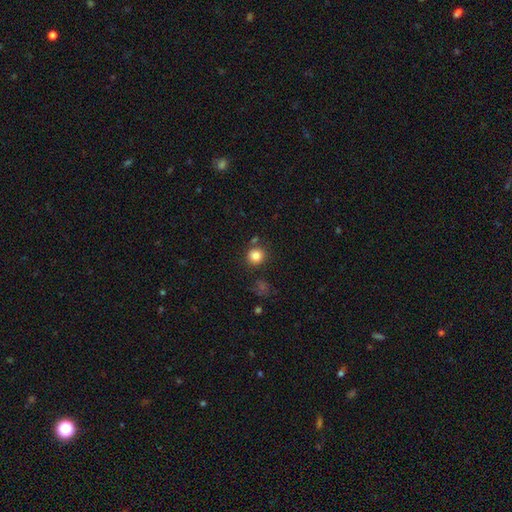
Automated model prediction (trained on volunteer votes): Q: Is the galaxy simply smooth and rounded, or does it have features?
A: smooth — 84%.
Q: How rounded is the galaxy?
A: round — 91%.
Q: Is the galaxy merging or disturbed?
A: none — 81%.